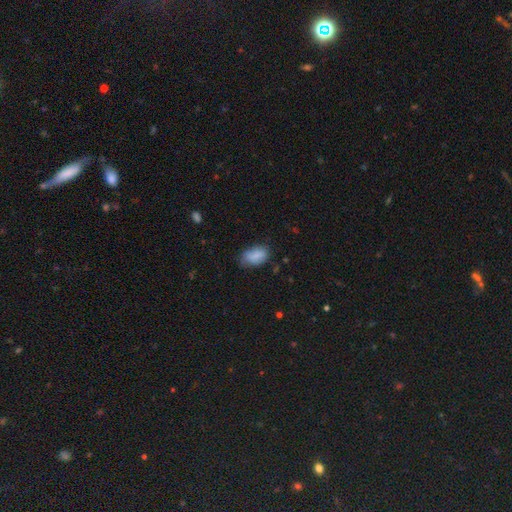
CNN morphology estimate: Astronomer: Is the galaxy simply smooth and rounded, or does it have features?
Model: smooth — 84%.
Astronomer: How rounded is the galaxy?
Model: in between — 91%.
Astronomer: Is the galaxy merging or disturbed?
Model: none — 61%.